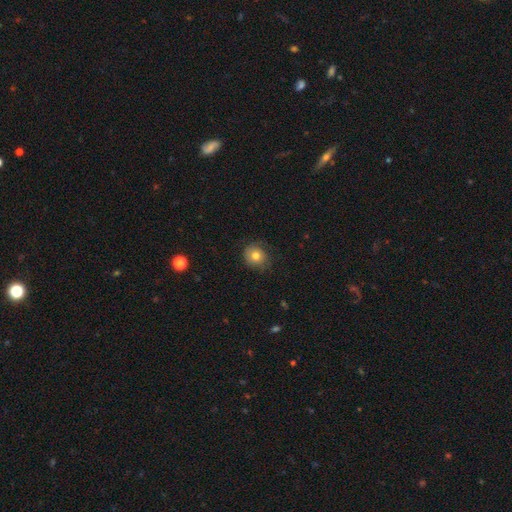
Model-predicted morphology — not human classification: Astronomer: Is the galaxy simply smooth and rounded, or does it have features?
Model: smooth — 76%.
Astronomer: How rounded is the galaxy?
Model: round — 84%.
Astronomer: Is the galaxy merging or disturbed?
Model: none — 77%.